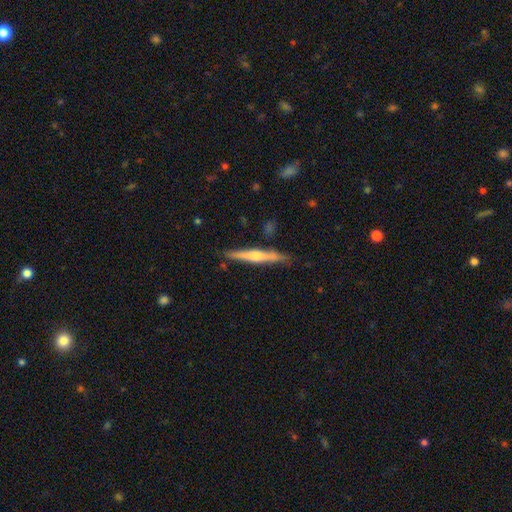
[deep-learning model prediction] A featured or disk galaxy (67%) viewed edge-on (97%) with a rounded central bulge (77%).

Vote fractions:
- Smooth or featured? featured or disk: 67% / smooth: 28% / star or artifact: 6%
- Edge-on disk? yes: 97% / no: 3%
- Edge-on bulge? rounded: 77% / none: 15% / boxy: 8%
- Merging? none: 84% / minor disturbance: 11% / merger: 2% / major disturbance: 2%